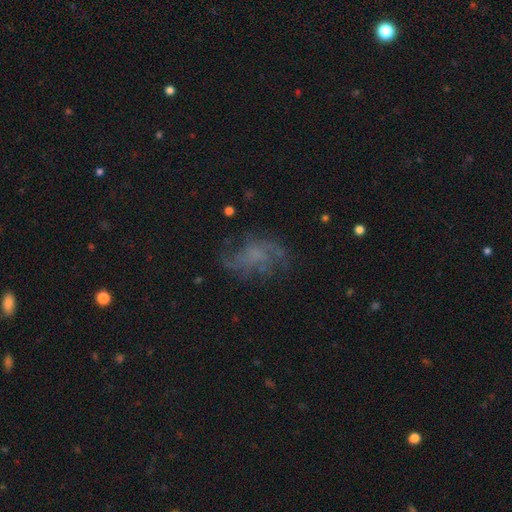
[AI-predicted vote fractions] This is likely a featured or disk galaxy (66%). It is clearly not viewed edge-on (97%). Bar: likely no (71%). Spiral arm pattern: clearly yes (81%). Spiral arm count: marginally 2 (40%). Spiral winding: possibly loose (51%). Central bulge: likely none (61%). Merging: likely none (60%).